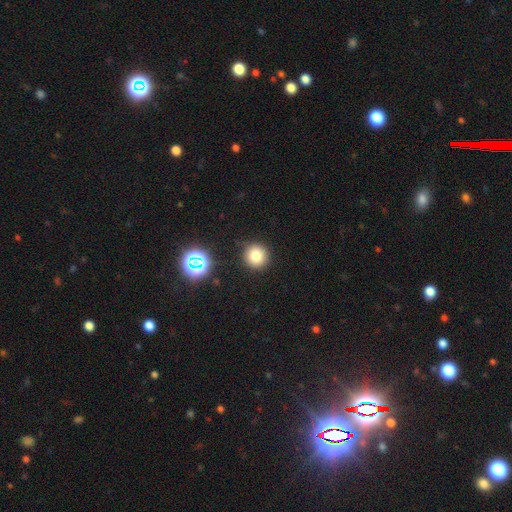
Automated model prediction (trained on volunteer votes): Smooth or featured: smooth — 77% (star or artifact — 16%)
How rounded: round — 94% (in between — 5%)
Merging: none — 90% (minor disturbance — 6%)